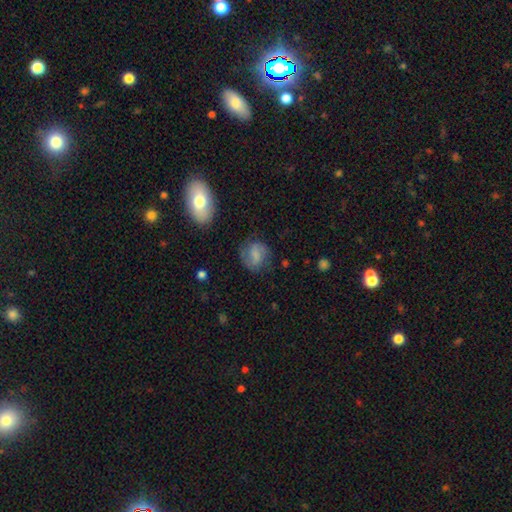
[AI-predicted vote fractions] This is possibly a smooth galaxy (47%). Merging: likely none (68%).